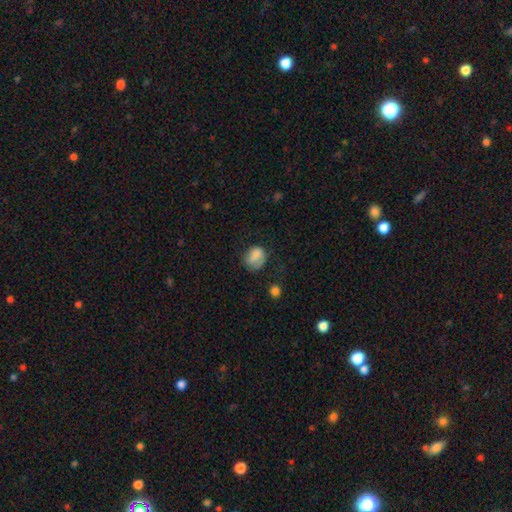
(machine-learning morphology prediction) Smooth or featured? Predicted: smooth (p=0.78). How rounded? Predicted: round (p=0.61). Merging? Predicted: none (p=0.52).